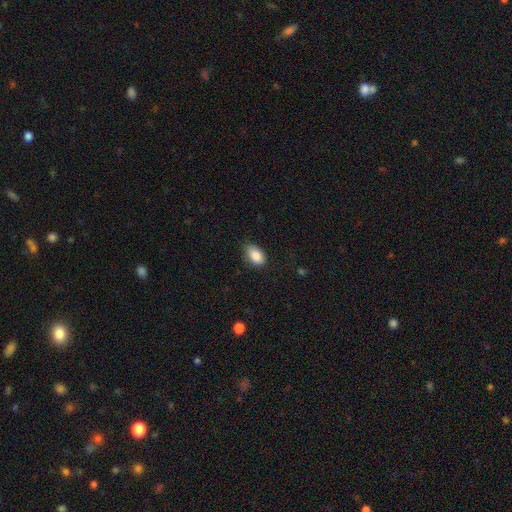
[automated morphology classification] Overall: smooth (87%). How rounded: in between (88%). Merging: none (70%).